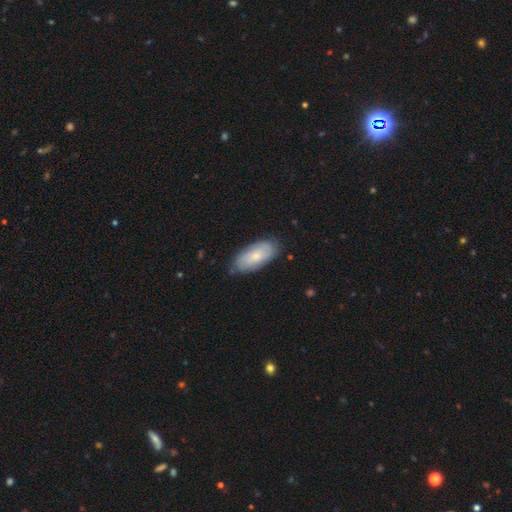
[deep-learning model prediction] A smooth galaxy with no disk features (62%) that is in between round and cigar-shaped (88%). Merging: none (77%).